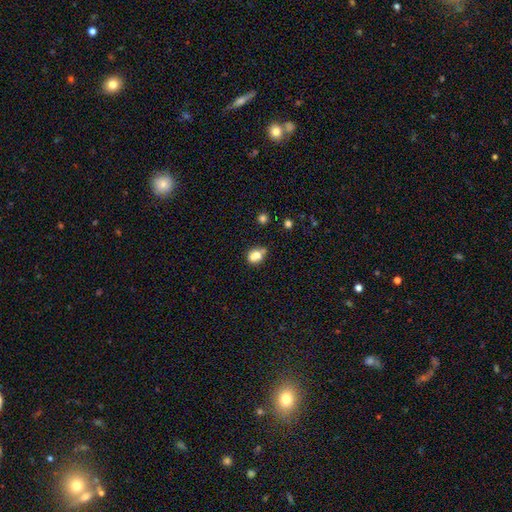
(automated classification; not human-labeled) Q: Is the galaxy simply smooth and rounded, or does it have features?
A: smooth — 72%.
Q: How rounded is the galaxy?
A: round — 58%.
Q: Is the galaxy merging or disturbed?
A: merger — 43%.